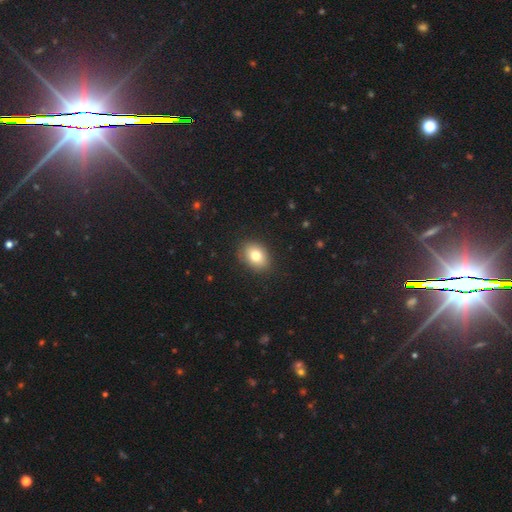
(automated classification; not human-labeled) This appears to be a smooth galaxy with no disk features (79%) that is in between round and cigar-shaped (67%). Merging: none (87%).